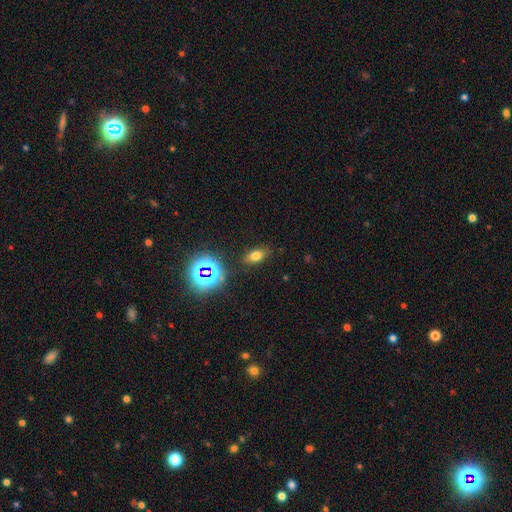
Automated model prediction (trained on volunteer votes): Smooth or featured?
  - smooth: 68% *
  - star or artifact: 21%
  - featured or disk: 10%
How rounded?
  - in between: 83% *
  - round: 12%
  - cigar-shaped: 5%
Merging?
  - none: 85% *
  - minor disturbance: 10%
  - major disturbance: 3%
  - merger: 2%